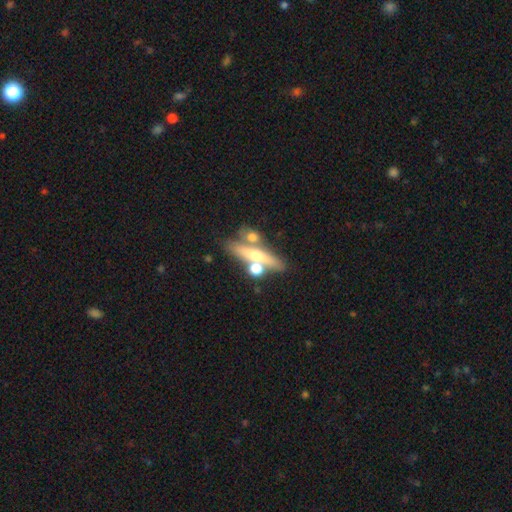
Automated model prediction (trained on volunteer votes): The model was most divided on "smooth or featured": featured or disk: 55%, smooth: 35%, star or artifact: 9%. More confident: edge-on disk — yes (79%); merging — none (58%).